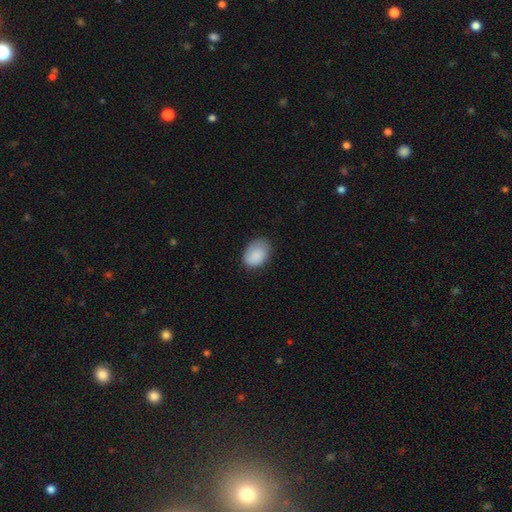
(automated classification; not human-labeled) smooth 87%, featured or disk 7%, star or artifact 7%. Down the decision tree: how rounded — in between (76%); merging — none (69%).